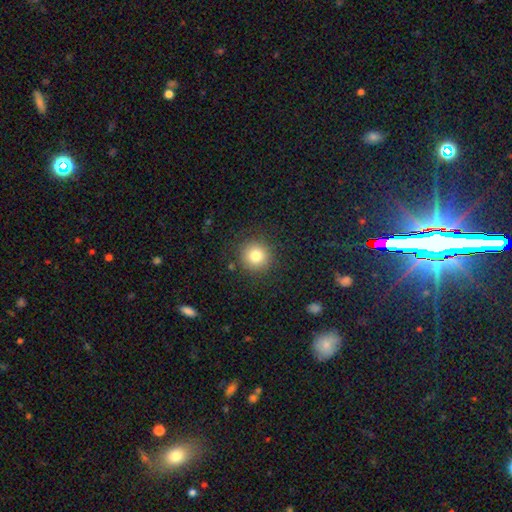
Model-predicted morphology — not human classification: This appears to be a smooth galaxy with no disk features (81%) that is round (94%). Merging: none (89%).